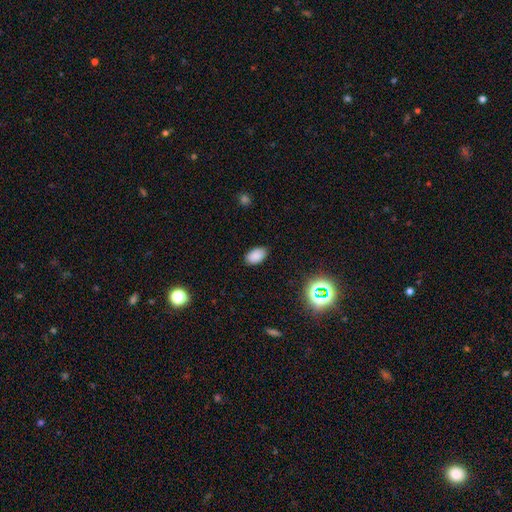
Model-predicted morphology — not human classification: Smooth or featured? smooth (85%)
How rounded? in between (92%)
Merging? none (85%)